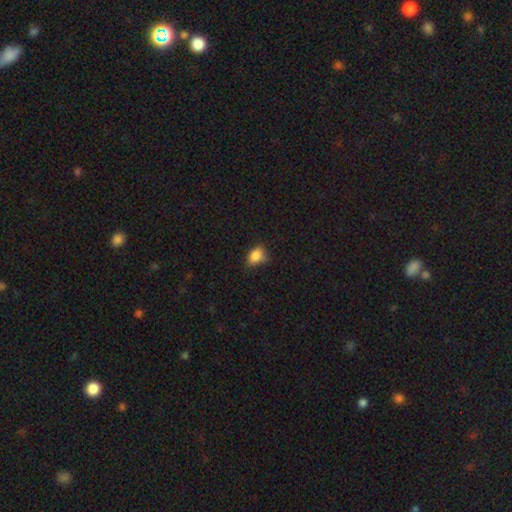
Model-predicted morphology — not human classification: smooth-or-featured: smooth: 85% | star or artifact: 10% | featured or disk: 5%
  how-rounded: in between: 70% | round: 29% | cigar-shaped: 2%
  merging: none: 58% | minor disturbance: 33% | major disturbance: 7% | merger: 2%